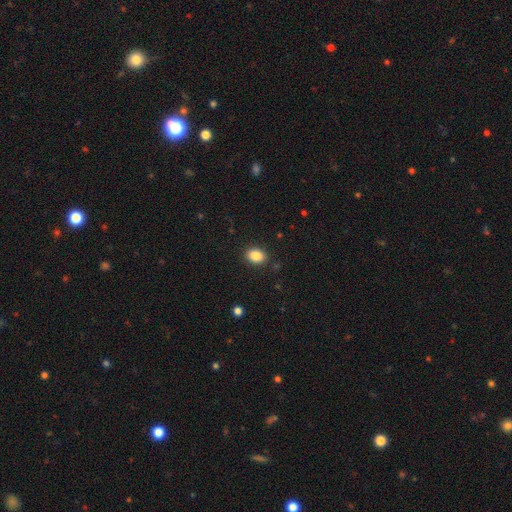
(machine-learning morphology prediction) A smooth galaxy with no disk features (86%) that is in between round and cigar-shaped (67%). Merging: none (88%).